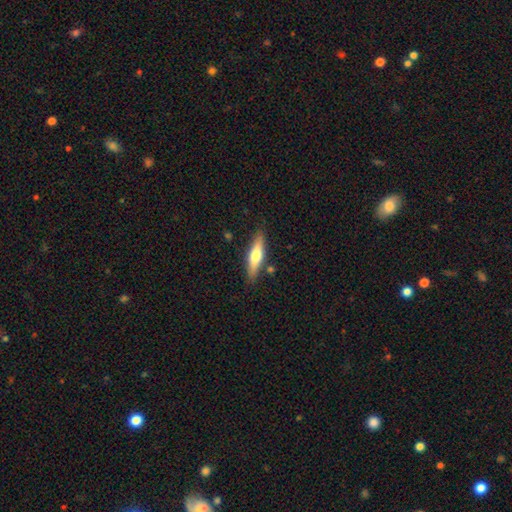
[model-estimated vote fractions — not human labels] A smooth galaxy with no disk features (52%) that is cigar-shaped (69%). Merging: none (83%).